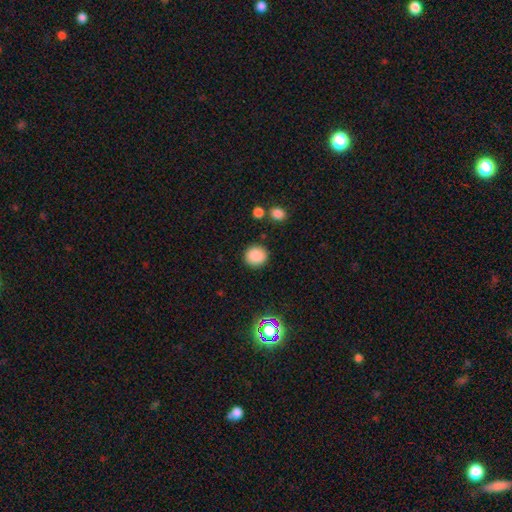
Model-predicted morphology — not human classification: This appears to be a smooth galaxy with no disk features (86%) that is round (88%). Merging: none (88%).